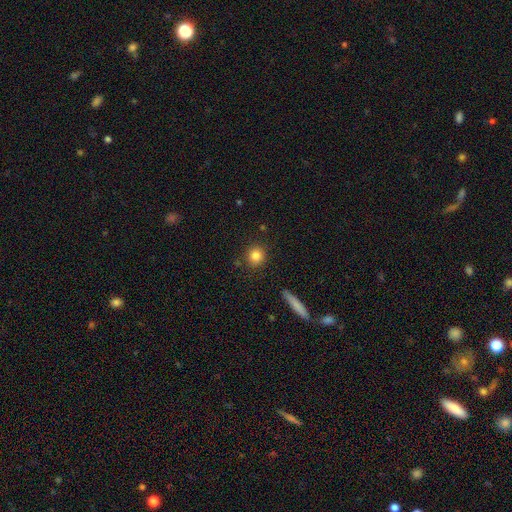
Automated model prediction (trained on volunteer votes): Smooth or featured? Predicted: smooth (p=0.83). How rounded? Predicted: round (p=0.89). Merging? Predicted: none (p=0.87).